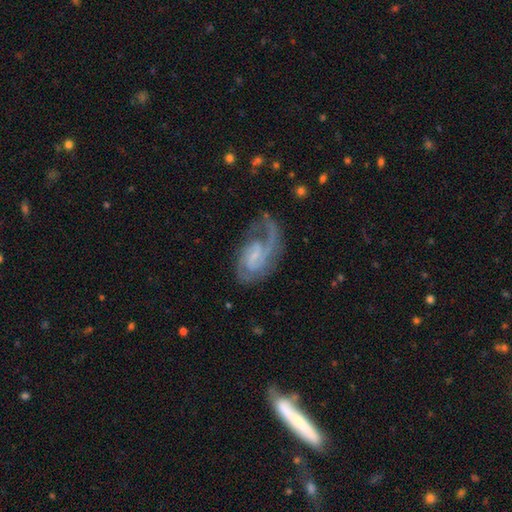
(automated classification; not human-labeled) Q: Smooth or featured?
A: featured or disk (84%); runner-up: smooth (10%)
Q: Edge-on disk?
A: no (97%); runner-up: yes (3%)
Q: Bar?
A: weak (50%); runner-up: no (36%)
Q: Spiral arms?
A: yes (95%); runner-up: no (5%)
Q: Spiral winding?
A: medium (49%); runner-up: tight (27%)
Q: Spiral arm count?
A: 2 (51%); runner-up: 1 (33%)
Q: Bulge size?
A: small (53%); runner-up: none (29%)
Q: Merging?
A: none (52%); runner-up: major disturbance (24%)